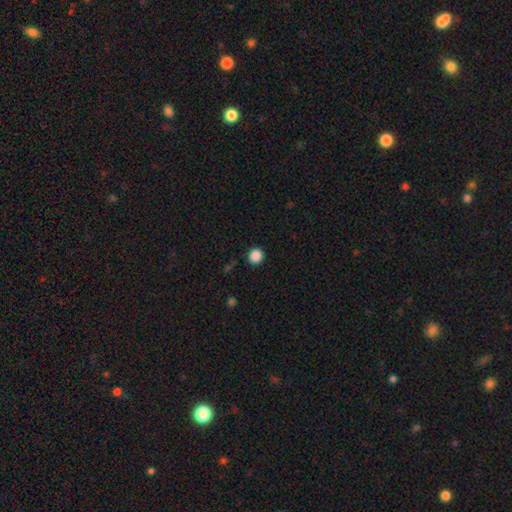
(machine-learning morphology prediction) Overall: smooth (88%). How rounded: round (93%). Merging: none (91%).